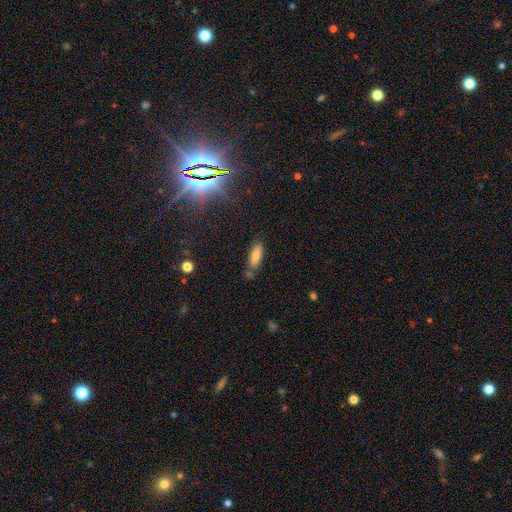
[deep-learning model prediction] Smooth or featured? smooth (80%)
How rounded? in between (59%)
Merging? none (70%)